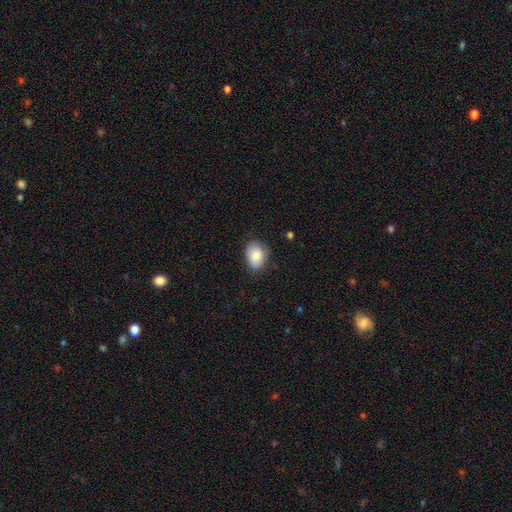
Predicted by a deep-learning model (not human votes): Smooth or featured? smooth (83%)
How rounded? in between (75%)
Merging? none (78%)